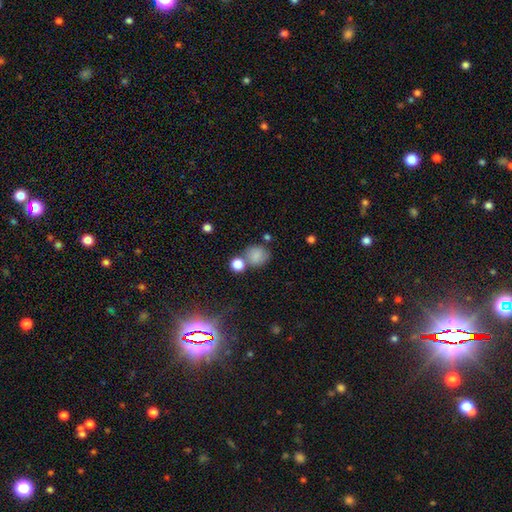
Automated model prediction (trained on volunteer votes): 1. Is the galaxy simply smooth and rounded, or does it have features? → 81% smooth, 11% star or artifact, 8% featured or disk.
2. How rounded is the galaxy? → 75% round, 24% in between, 1% cigar-shaped.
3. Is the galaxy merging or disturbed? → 60% none, 22% merger, 13% minor disturbance, 5% major disturbance.